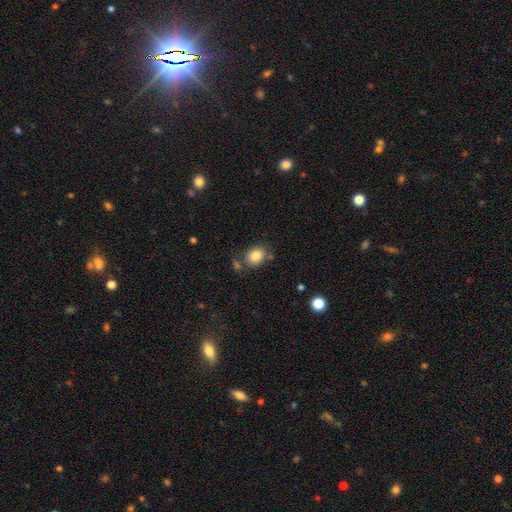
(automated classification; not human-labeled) The model was most divided on "how rounded": round: 59%, in between: 40%, cigar-shaped: 1%. More confident: smooth or featured — smooth (83%); merging — none (68%).